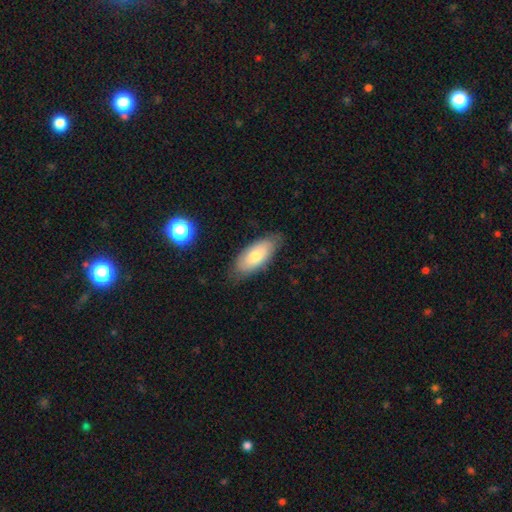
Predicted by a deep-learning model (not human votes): Smooth or featured?
  - smooth: 72% *
  - featured or disk: 22%
  - star or artifact: 7%
How rounded?
  - in between: 88% *
  - cigar-shaped: 10%
  - round: 2%
Merging?
  - none: 78% *
  - minor disturbance: 17%
  - major disturbance: 3%
  - merger: 1%